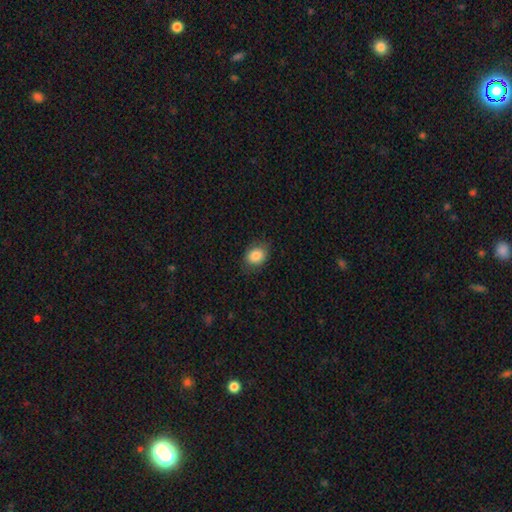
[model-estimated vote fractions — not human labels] A smooth galaxy with no disk features (85%) that is in between round and cigar-shaped (56%).

Vote fractions:
- Smooth or featured? smooth: 85% / star or artifact: 9% / featured or disk: 6%
- How rounded? in between: 56% / round: 43% / cigar-shaped: 1%
- Merging? none: 79% / minor disturbance: 16% / major disturbance: 4% / merger: 1%